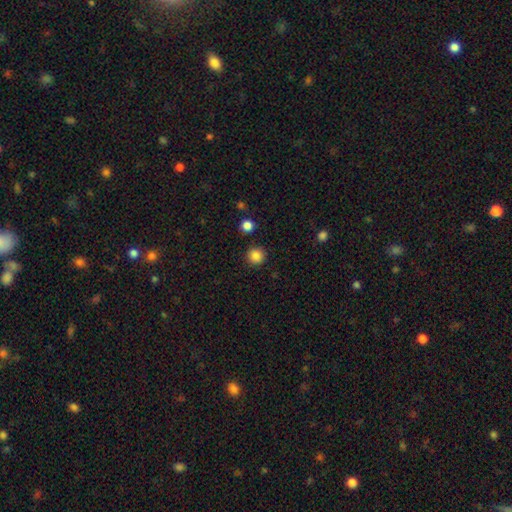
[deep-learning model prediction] Smooth or featured?
  - smooth: 86% *
  - star or artifact: 11%
  - featured or disk: 3%
How rounded?
  - round: 95% *
  - in between: 4%
  - cigar-shaped: 1%
Merging?
  - none: 91% *
  - minor disturbance: 5%
  - merger: 2%
  - major disturbance: 2%